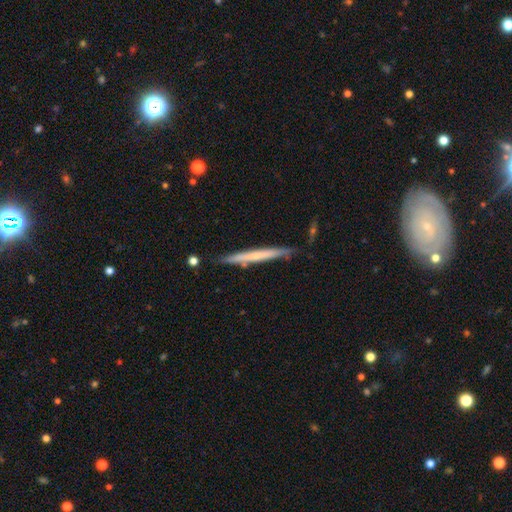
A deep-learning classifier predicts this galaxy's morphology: Smooth or featured? featured or disk (49%)
Merging? none (82%)